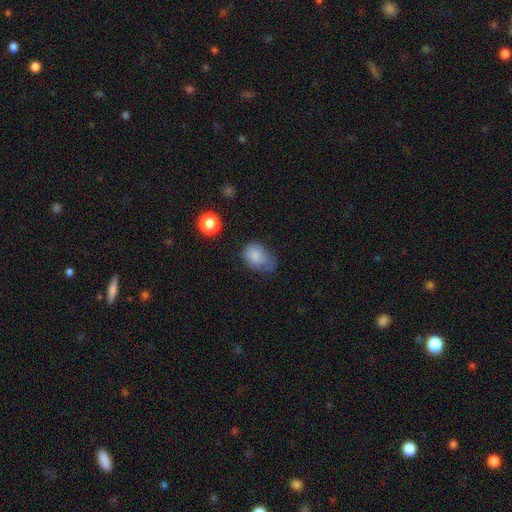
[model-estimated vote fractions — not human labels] smooth_or_featured: smooth (p=0.81) [alt: featured or disk p=0.10]
how_rounded: in between (p=0.72) [alt: round p=0.27]
merging: none (p=0.40) [alt: minor disturbance p=0.39]